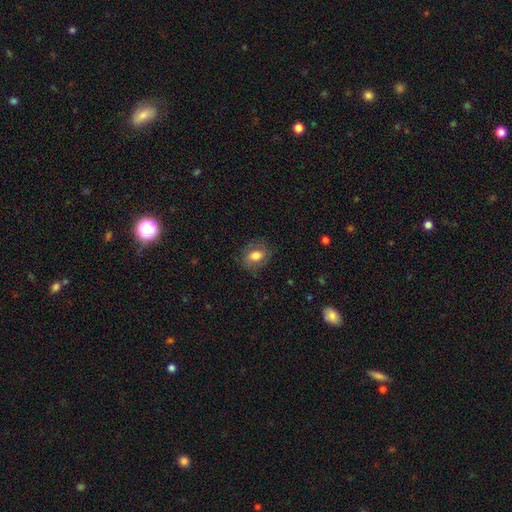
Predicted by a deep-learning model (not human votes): Q: Smooth or featured?
A: smooth (72%); runner-up: featured or disk (20%)
Q: How rounded?
A: in between (61%); runner-up: round (38%)
Q: Merging?
A: none (79%); runner-up: minor disturbance (15%)